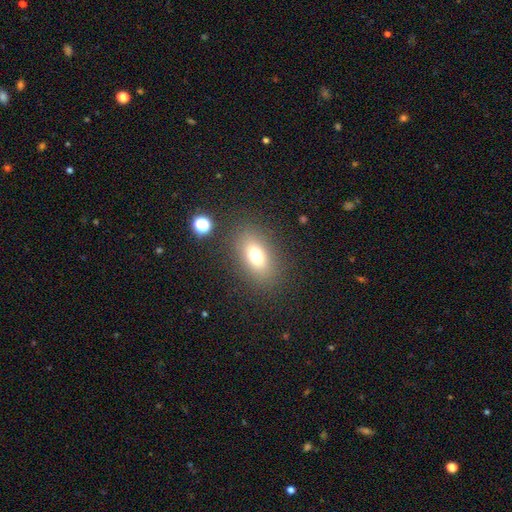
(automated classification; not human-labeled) smooth 72%, featured or disk 14%, star or artifact 14%. Down the decision tree: how rounded — in between (82%); merging — none (84%).